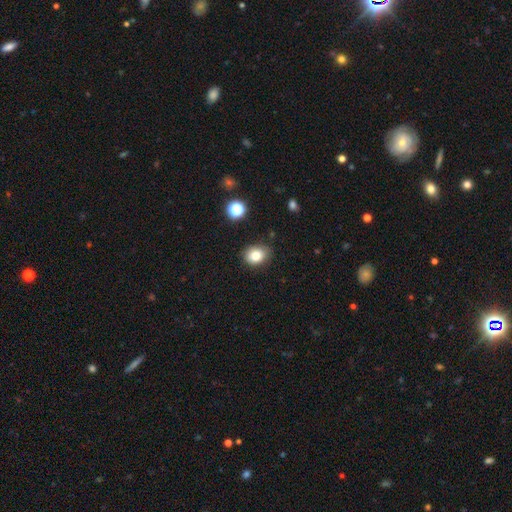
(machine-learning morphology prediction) smooth 80%, star or artifact 11%, featured or disk 8%. Down the decision tree: how rounded — in between (50%); merging — none (82%).